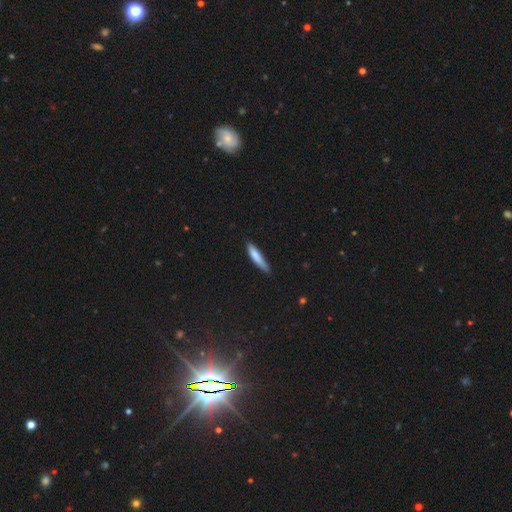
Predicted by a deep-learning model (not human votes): This appears to be a smooth galaxy with no disk features (77%) that is cigar-shaped (88%). Merging: none (72%).